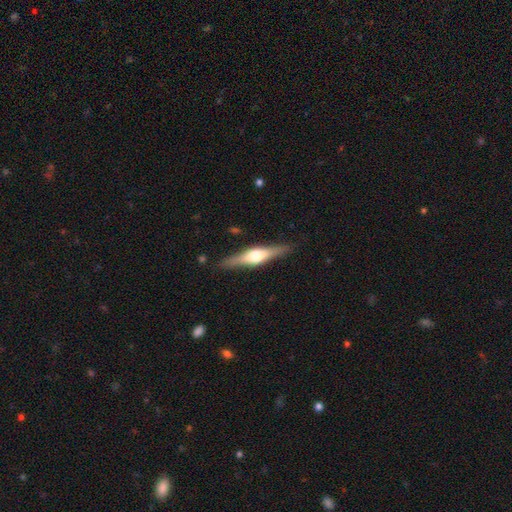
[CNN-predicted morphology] smooth-or-featured: featured or disk: 71% | smooth: 24% | star or artifact: 5%
  disk-edge-on: yes: 97% | no: 3%
    edge-on-bulge: rounded: 89% | boxy: 9% | none: 2%
  merging: none: 88% | minor disturbance: 9% | major disturbance: 2% | merger: 1%